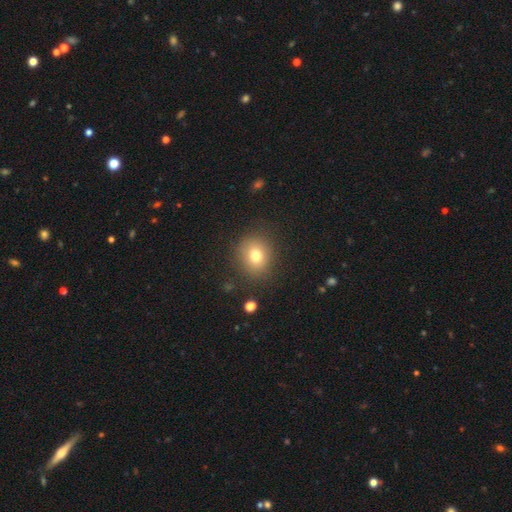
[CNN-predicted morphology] This appears to be a smooth galaxy with no disk features (76%) that is round (75%). Merging: none (85%).